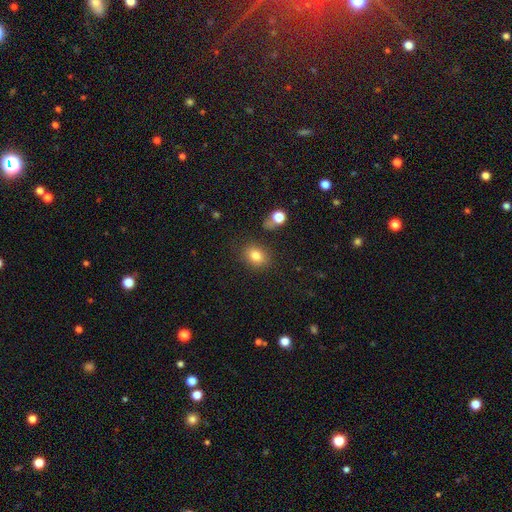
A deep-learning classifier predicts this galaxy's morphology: Overall: smooth (81%). How rounded: in between (57%; round 42%). Merging: none (80%).